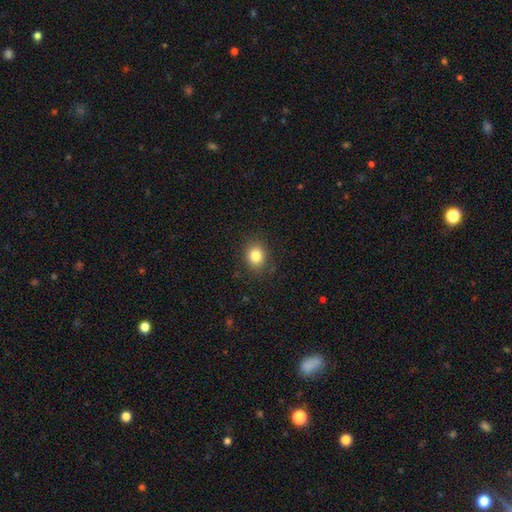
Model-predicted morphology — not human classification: A smooth galaxy with no disk features (83%) that is round (66%). Merging: none (87%).